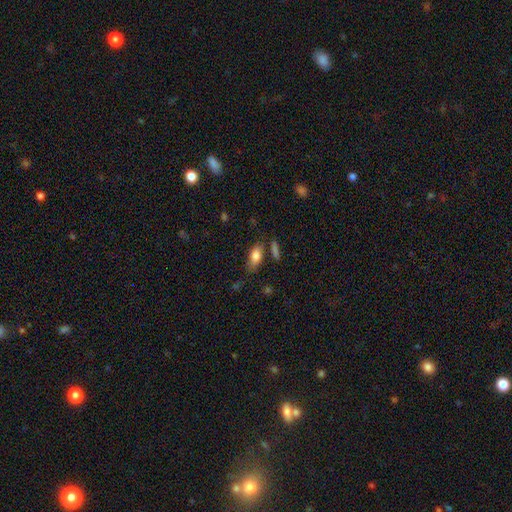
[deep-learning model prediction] Overall: smooth (80%). How rounded: in between (83%). Merging: none (71%).